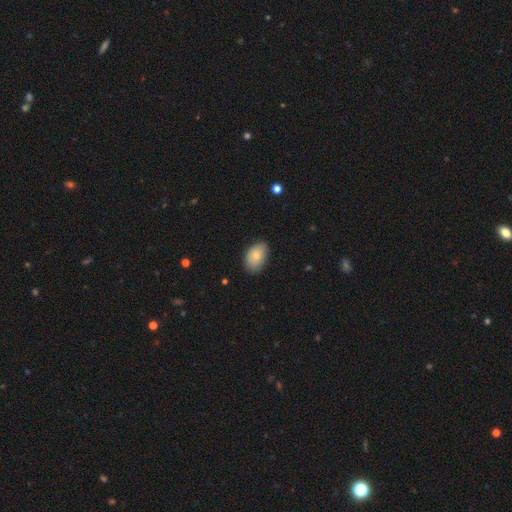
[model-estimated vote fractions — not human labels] Overall: smooth (79%). How rounded: in between (90%). Merging: none (78%).